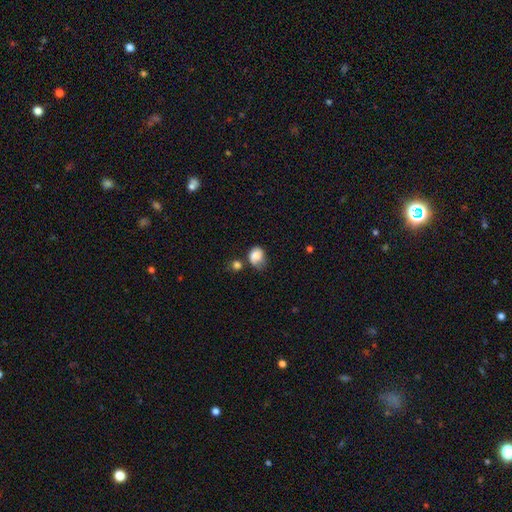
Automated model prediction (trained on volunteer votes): Smooth or featured? Predicted: smooth (p=0.79). How rounded? Predicted: in between (p=0.51). Merging? Predicted: minor disturbance (p=0.34).